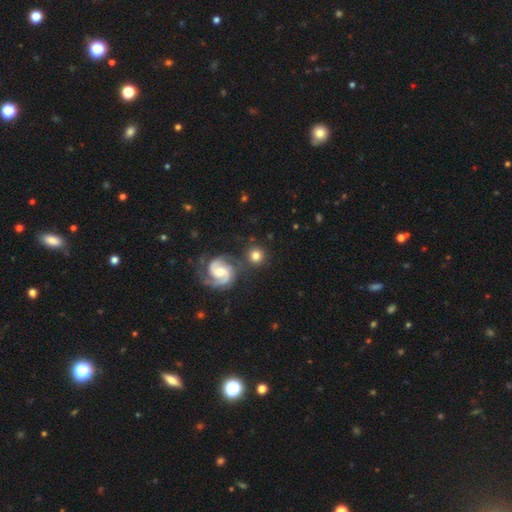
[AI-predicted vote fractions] smooth_or_featured: smooth (p=0.63) [alt: featured or disk p=0.28]
how_rounded: round (p=0.93) [alt: in between p=0.05]
merging: none (p=0.78) [alt: merger p=0.10]